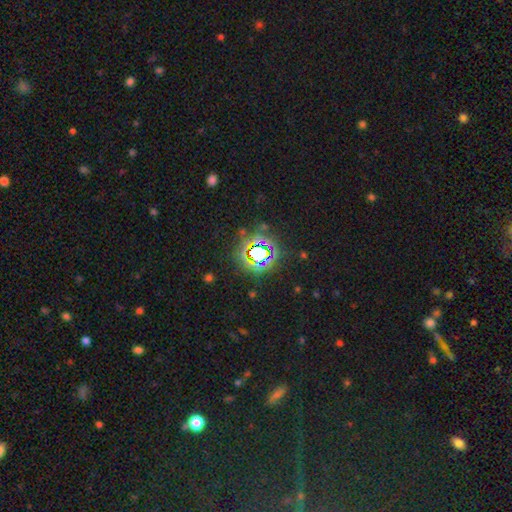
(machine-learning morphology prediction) The model was most divided on "smooth or featured": star or artifact: 74%, smooth: 16%, featured or disk: 10%.